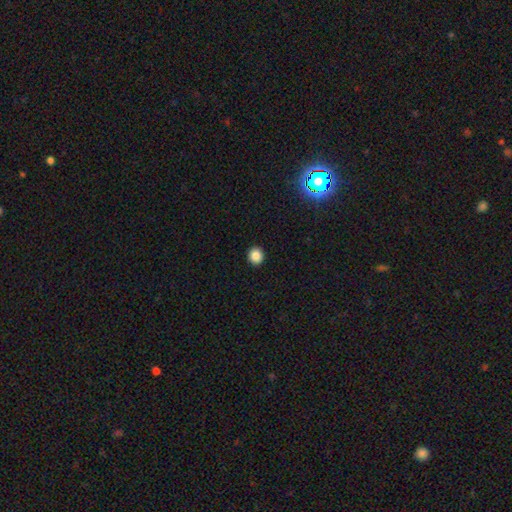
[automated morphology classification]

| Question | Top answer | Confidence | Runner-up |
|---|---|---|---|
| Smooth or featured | smooth | 87% | star or artifact (10%) |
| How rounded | round | 90% | in between (9%) |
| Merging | none | 93% | minor disturbance (4%) |